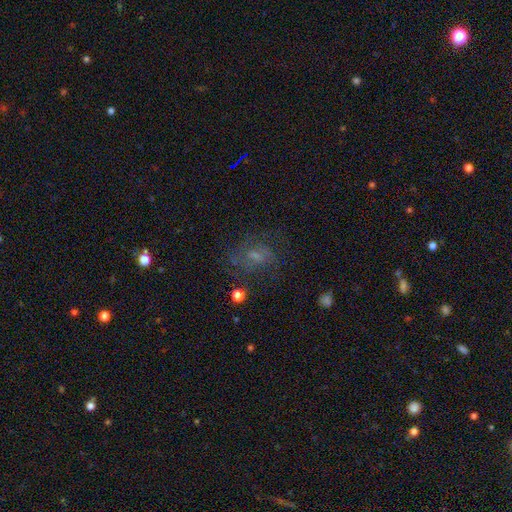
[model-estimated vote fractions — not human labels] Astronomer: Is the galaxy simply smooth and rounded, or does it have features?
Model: featured or disk — 45% (runner-up: smooth, 32%).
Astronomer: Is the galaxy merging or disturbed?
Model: none — 61%.